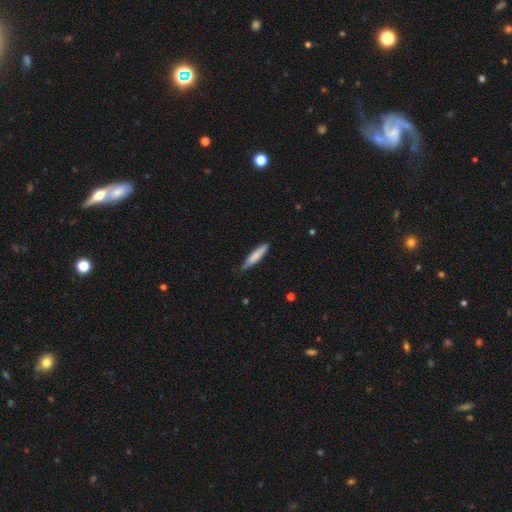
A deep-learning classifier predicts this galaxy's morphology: Smooth or featured? smooth (79%)
How rounded? cigar-shaped (84%)
Merging? none (75%)